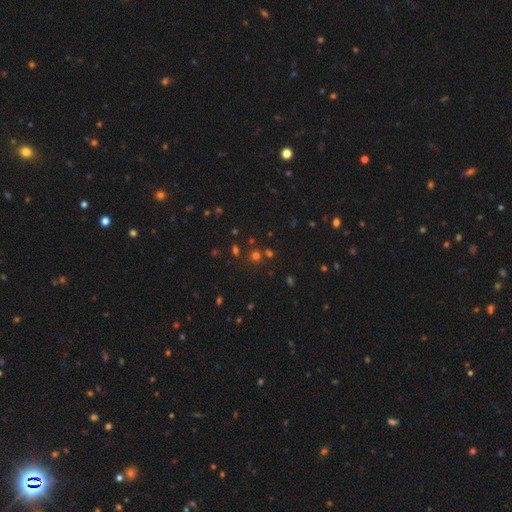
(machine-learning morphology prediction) Smooth or featured? smooth (56%)
How rounded? round (89%)
Merging? none (75%)